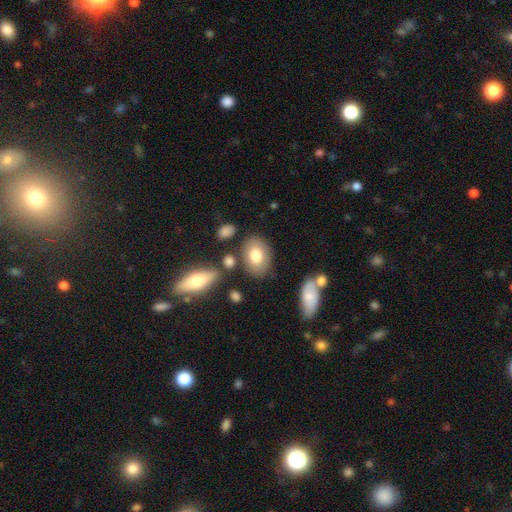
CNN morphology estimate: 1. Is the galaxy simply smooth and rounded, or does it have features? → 74% smooth, 19% featured or disk, 7% star or artifact.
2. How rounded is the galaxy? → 80% in between, 19% round, 1% cigar-shaped.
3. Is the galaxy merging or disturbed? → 76% none, 13% minor disturbance, 6% merger, 4% major disturbance.